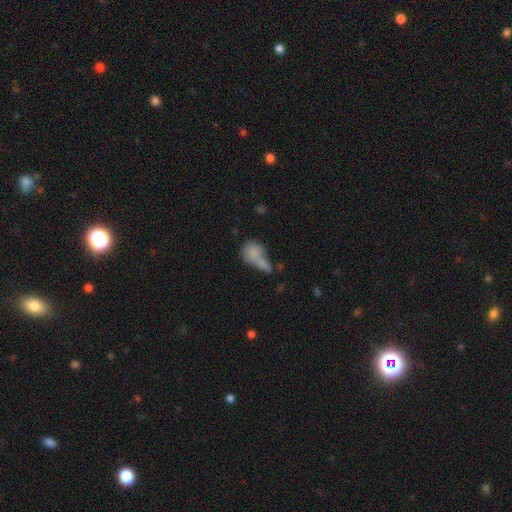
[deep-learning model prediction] This is likely a smooth galaxy (73%). How rounded: possibly in between (55%). Merging: possibly merger (45%).